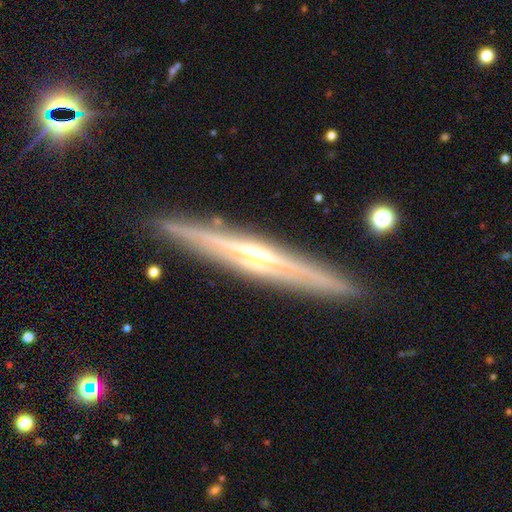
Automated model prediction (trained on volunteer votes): This is clearly a featured or disk galaxy (81%). It is clearly viewed edge-on (97%). Edge-on bulge: likely rounded (68%). Merging: clearly none (90%).